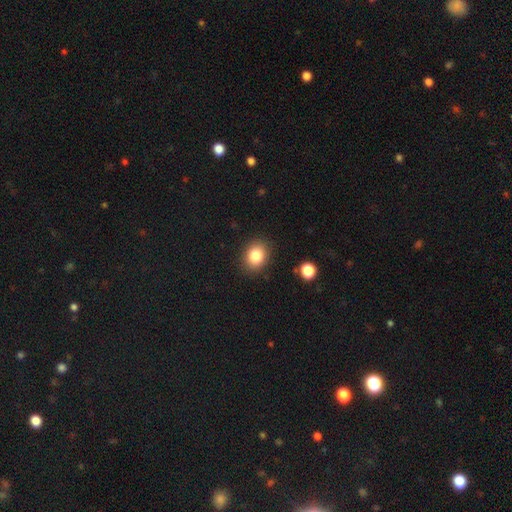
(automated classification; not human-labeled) This appears to be a smooth galaxy with no disk features (83%) that is in between round and cigar-shaped (53%). Merging: none (87%).